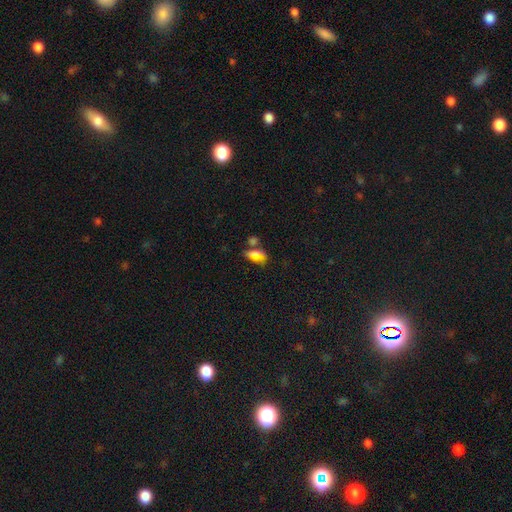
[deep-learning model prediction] Morphology: type=smooth (61%); roundness=in between (83%); merging=none (38%).